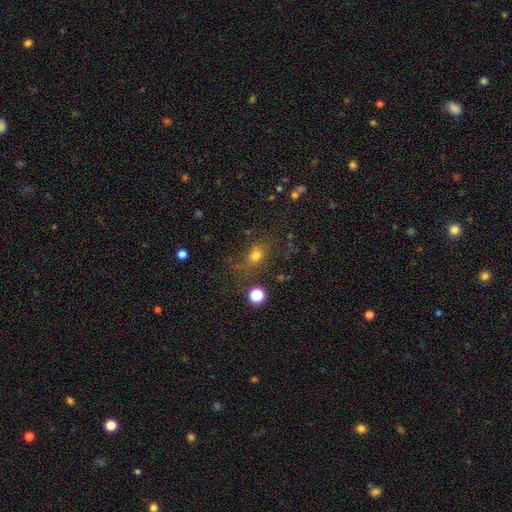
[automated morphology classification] Q: Smooth or featured?
A: smooth (72%); runner-up: star or artifact (18%)
Q: How rounded?
A: round (51%); runner-up: in between (46%)
Q: Merging?
A: none (65%); runner-up: minor disturbance (18%)